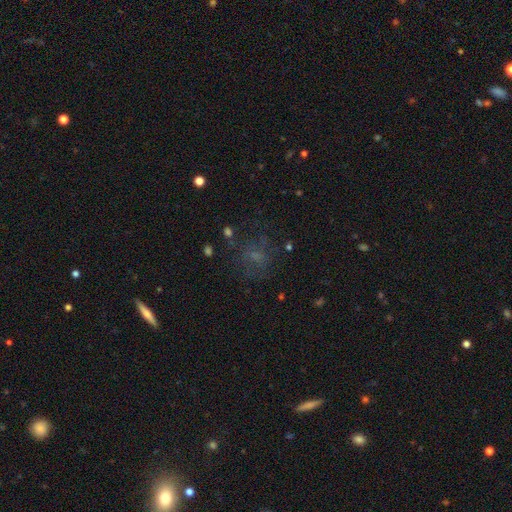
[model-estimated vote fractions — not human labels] Smooth or featured?
  - smooth: 44% *
  - featured or disk: 29%
  - star or artifact: 27%
Merging?
  - none: 61% *
  - major disturbance: 19%
  - minor disturbance: 17%
  - merger: 3%